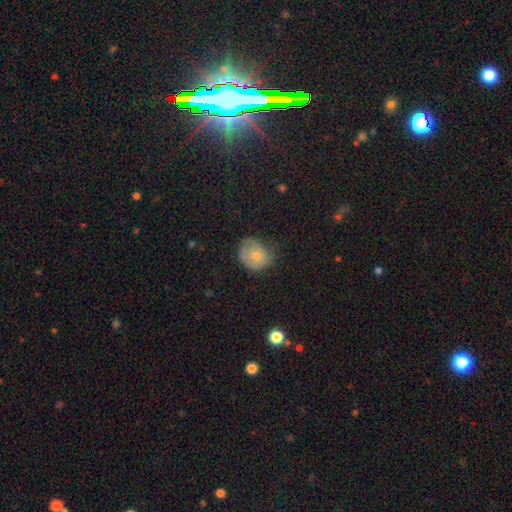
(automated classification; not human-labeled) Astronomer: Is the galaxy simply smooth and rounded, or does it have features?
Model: smooth — 66%.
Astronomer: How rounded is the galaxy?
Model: round — 58% (runner-up: in between, 41%).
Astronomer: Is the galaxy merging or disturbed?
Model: none — 47% (runner-up: minor disturbance, 36%).